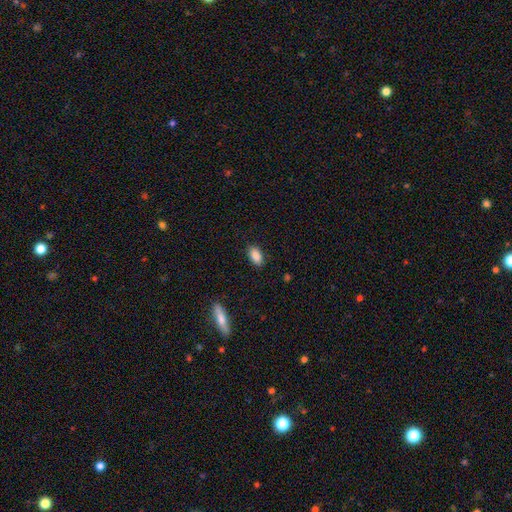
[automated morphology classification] Smooth or featured: smooth — 89% (star or artifact — 7%)
How rounded: in between — 92% (round — 4%)
Merging: none — 86% (minor disturbance — 10%)